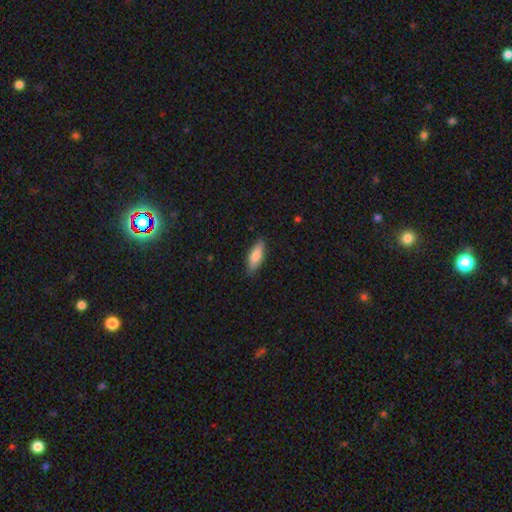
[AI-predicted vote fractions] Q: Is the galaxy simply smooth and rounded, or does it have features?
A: smooth — 79%.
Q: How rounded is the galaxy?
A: in between — 64%.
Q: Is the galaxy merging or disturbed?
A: none — 84%.